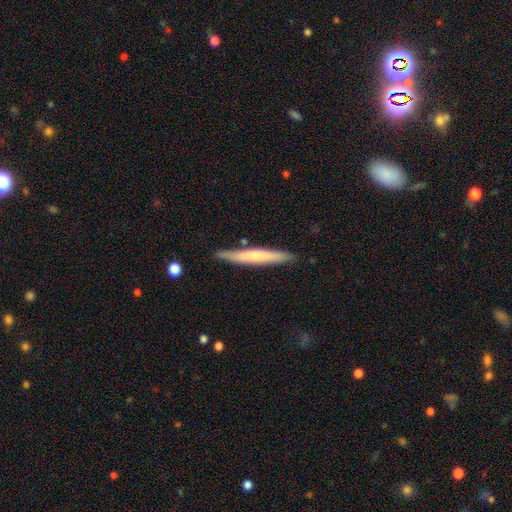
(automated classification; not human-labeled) This appears to be a smooth galaxy with no disk features (55%) that is cigar-shaped (96%). Merging: none (86%).